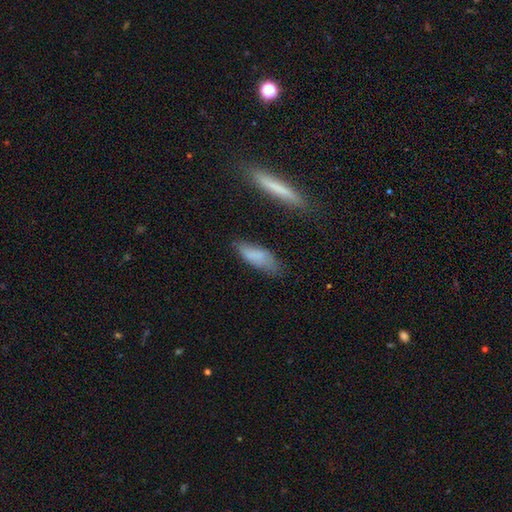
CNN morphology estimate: A smooth galaxy with no disk features (75%) that is in between round and cigar-shaped (62%). Merging: none (64%).